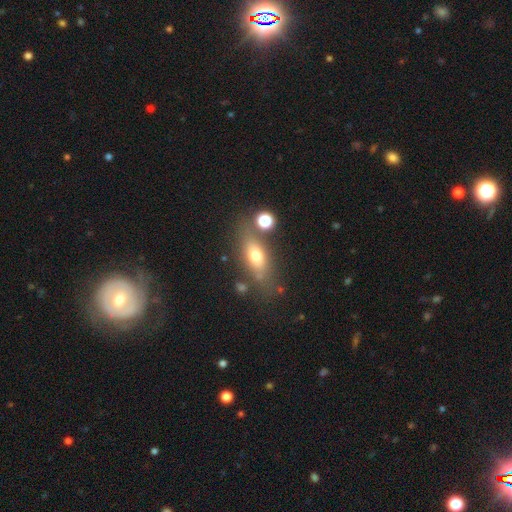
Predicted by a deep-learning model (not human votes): The model was most divided on "smooth or featured": smooth: 65%, featured or disk: 24%, star or artifact: 10%. More confident: how rounded — in between (68%); merging — none (66%).